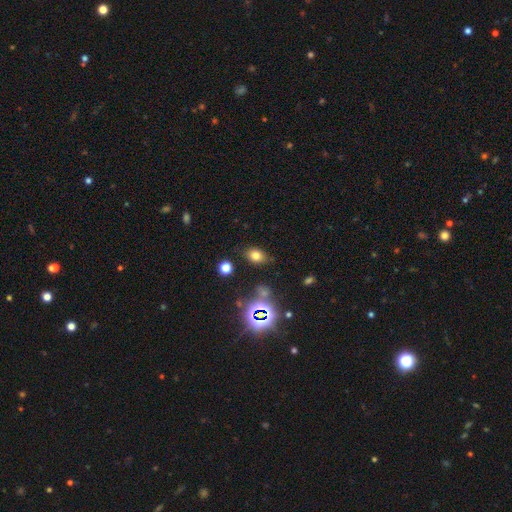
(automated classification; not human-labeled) The model was most divided on "how rounded": in between: 73%, round: 26%, cigar-shaped: 1%. More confident: merging — none (80%); smooth or featured — smooth (70%).